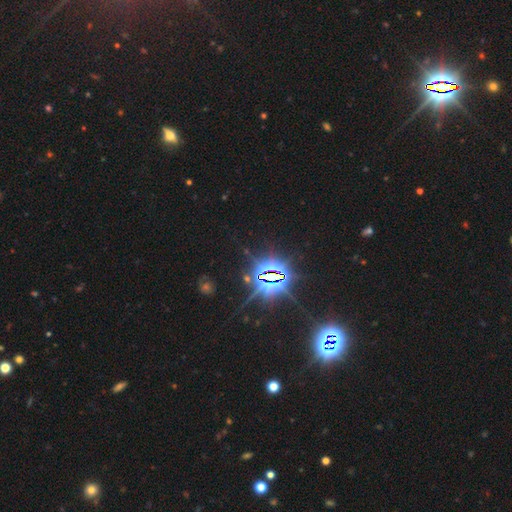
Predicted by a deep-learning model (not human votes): This appears to be a star or artifact, not a galaxy (84%).